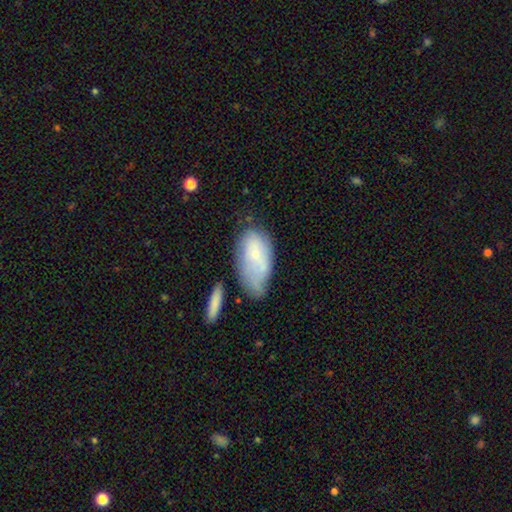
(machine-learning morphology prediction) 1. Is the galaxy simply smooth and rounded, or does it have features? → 61% smooth, 31% featured or disk, 8% star or artifact.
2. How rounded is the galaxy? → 92% in between, 5% round, 3% cigar-shaped.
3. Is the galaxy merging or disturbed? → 33% minor disturbance, 32% none, 19% major disturbance, 16% merger.